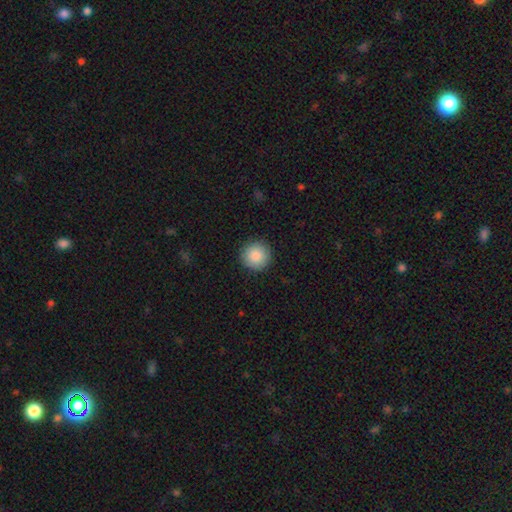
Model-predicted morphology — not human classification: Smooth or featured: smooth — 88% (star or artifact — 8%)
How rounded: round — 96% (in between — 3%)
Merging: none — 92% (minor disturbance — 6%)